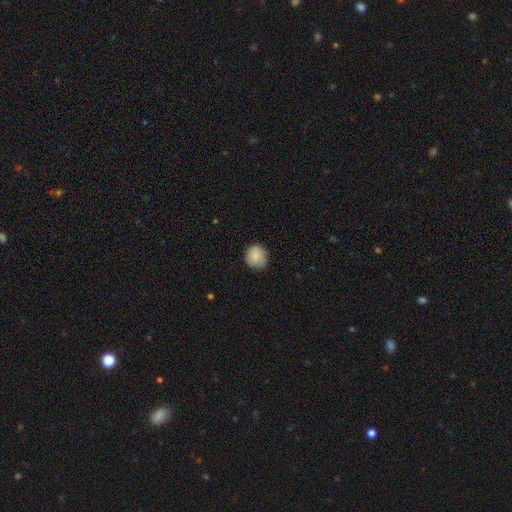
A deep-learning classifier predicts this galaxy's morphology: A smooth galaxy with no disk features (84%) that is round (87%).

Vote fractions:
- Smooth or featured? smooth: 84% / featured or disk: 9% / star or artifact: 7%
- How rounded? round: 87% / in between: 12% / cigar-shaped: 1%
- Merging? none: 74% / minor disturbance: 21% / major disturbance: 4% / merger: 1%